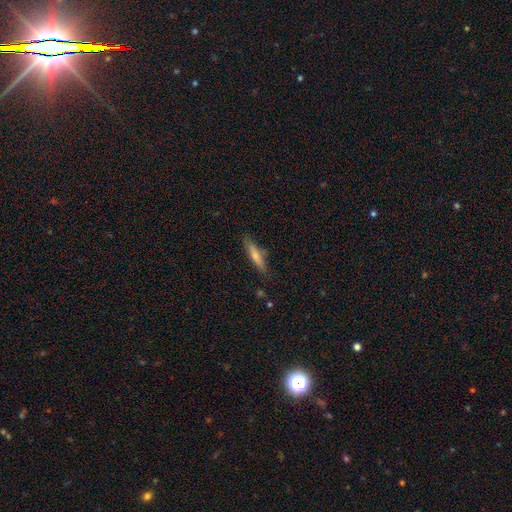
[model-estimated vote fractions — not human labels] Overall: smooth (68%). How rounded: cigar-shaped (82%). Merging: none (81%).